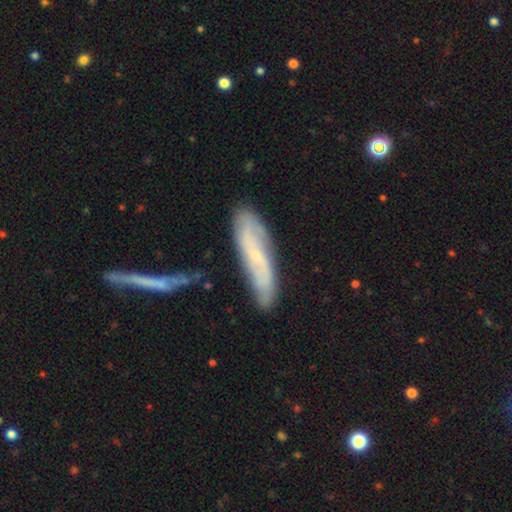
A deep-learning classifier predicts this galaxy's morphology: This is likely a featured or disk galaxy (62%). It is likely not viewed edge-on (72%). Merging: likely none (71%).